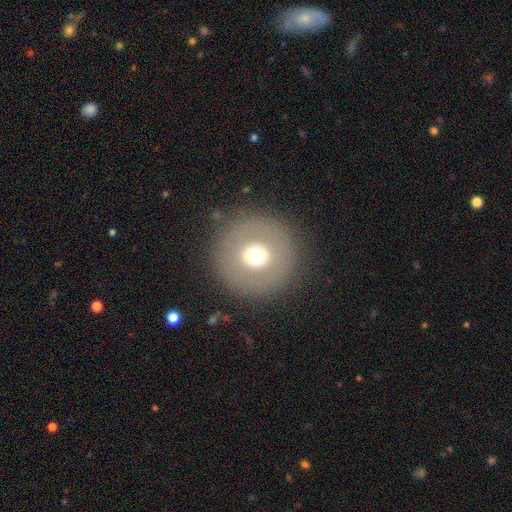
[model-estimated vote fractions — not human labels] smooth-or-featured: smooth: 60% | featured or disk: 28% | star or artifact: 12%
  how-rounded: round: 97% | in between: 2% | cigar-shaped: 1%
  merging: none: 88% | minor disturbance: 6% | major disturbance: 5% | merger: 1%